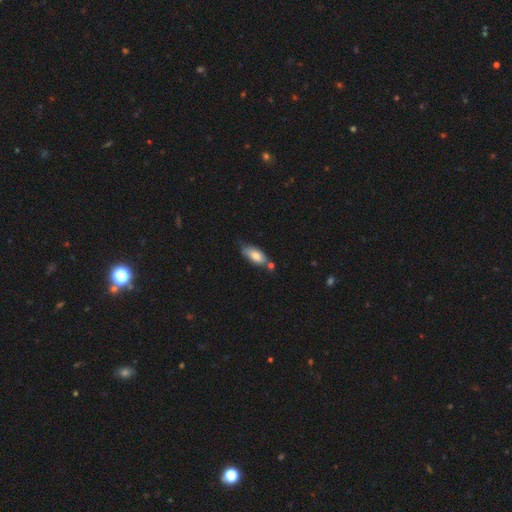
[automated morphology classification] Smooth or featured? Predicted: smooth (p=0.77). How rounded? Predicted: in between (p=0.82). Merging? Predicted: none (p=0.58).